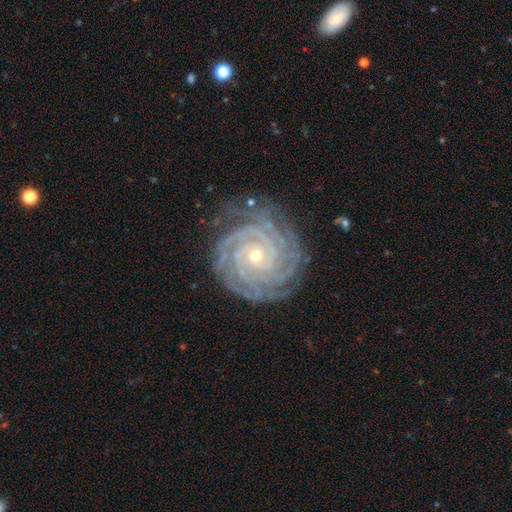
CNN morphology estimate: This is clearly a featured or disk galaxy (91%). It is clearly not viewed edge-on (98%). Bar: likely no (75%). Spiral arm pattern: clearly yes (98%). Spiral arm count: marginally more than 4 (27%). Spiral winding: clearly tight (87%). Central bulge: likely small (68%). Merging: clearly none (80%).